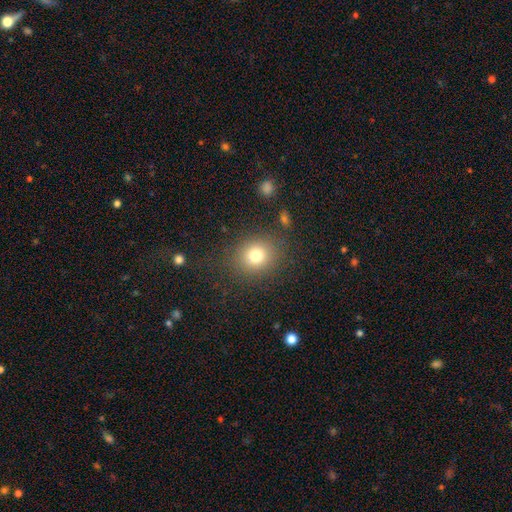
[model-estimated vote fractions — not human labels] This is likely a smooth galaxy (77%). How rounded: likely round (72%). Merging: clearly none (82%).